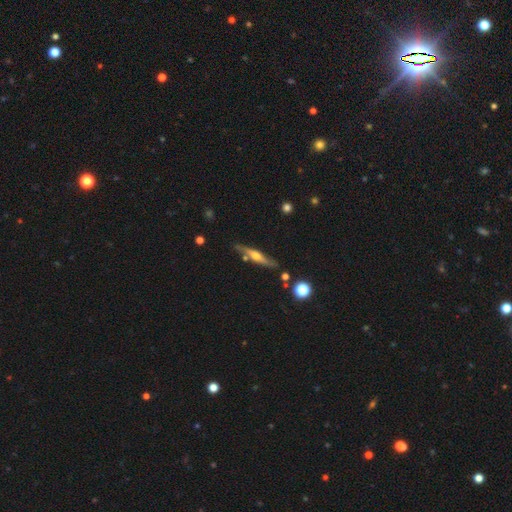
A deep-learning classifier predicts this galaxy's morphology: The model was most divided on "smooth or featured": featured or disk: 67%, smooth: 27%, star or artifact: 6%. More confident: edge-on disk — yes (93%); edge-on bulge — rounded (84%); merging — none (77%).